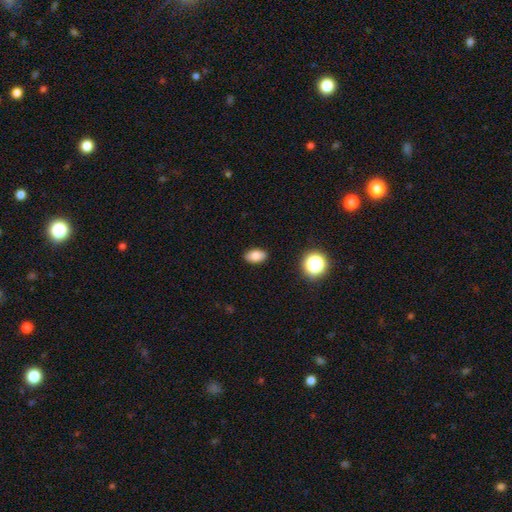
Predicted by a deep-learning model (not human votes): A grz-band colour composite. It shows a smooth galaxy with no disk features (82%) that is in between round and cigar-shaped (88%). Merging: none (88%).